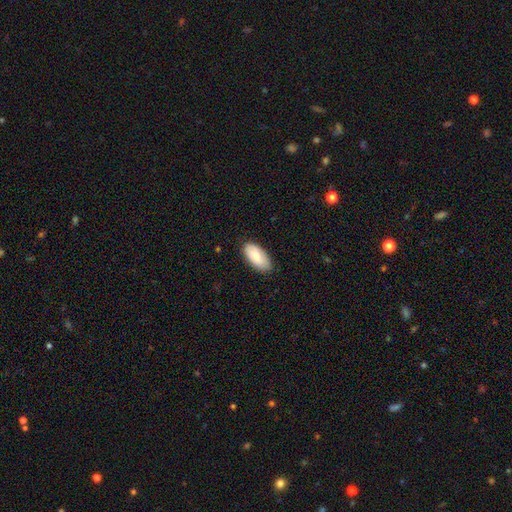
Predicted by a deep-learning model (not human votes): A smooth galaxy with no disk features (82%) that is in between round and cigar-shaped (93%). Merging: none (82%).